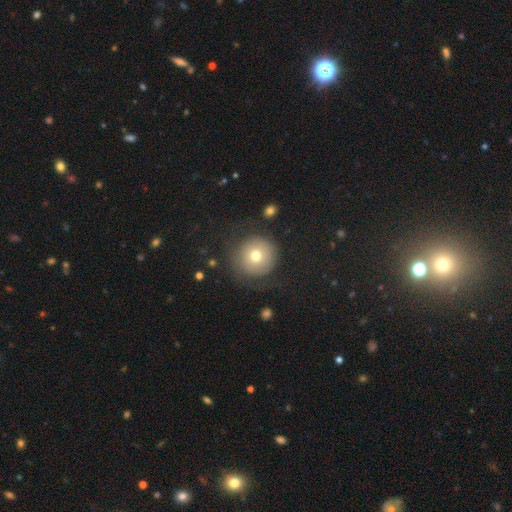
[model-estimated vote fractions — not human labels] smooth 69%, featured or disk 20%, star or artifact 11%. Down the decision tree: how rounded — round (94%); merging — none (74%).